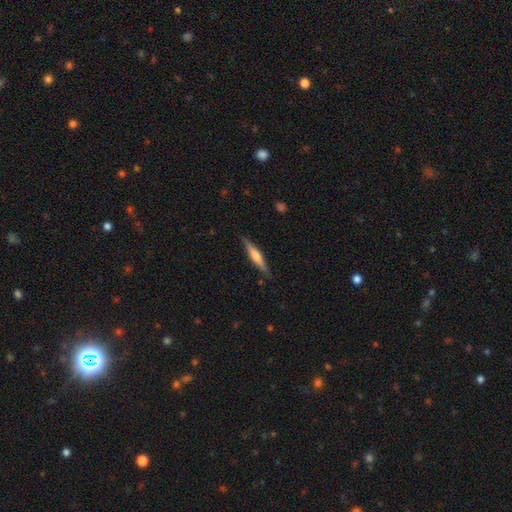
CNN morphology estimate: smooth_or_featured: featured or disk (p=0.57) [alt: smooth p=0.37]
disk_edge_on: yes (p=0.97) [alt: no p=0.03]
edge_on_bulge: rounded (p=0.69) [alt: boxy p=0.19]
merging: none (p=0.87) [alt: minor disturbance p=0.10]